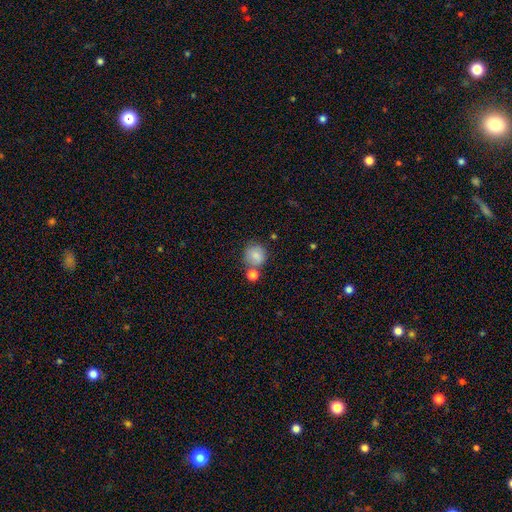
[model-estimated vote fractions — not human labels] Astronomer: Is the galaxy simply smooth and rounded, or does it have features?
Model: smooth — 83%.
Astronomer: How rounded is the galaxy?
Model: round — 86%.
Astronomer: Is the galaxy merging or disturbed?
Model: none — 62%.